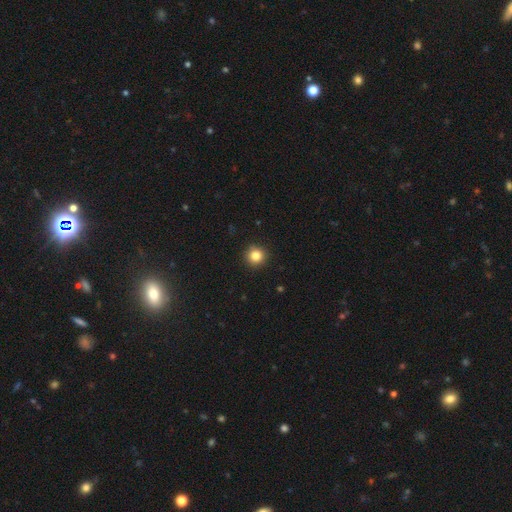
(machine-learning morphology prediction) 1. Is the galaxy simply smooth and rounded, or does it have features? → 84% smooth, 11% star or artifact, 5% featured or disk.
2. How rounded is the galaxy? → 95% round, 4% in between, 1% cigar-shaped.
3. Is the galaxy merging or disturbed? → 93% none, 5% minor disturbance, 2% major disturbance, 1% merger.